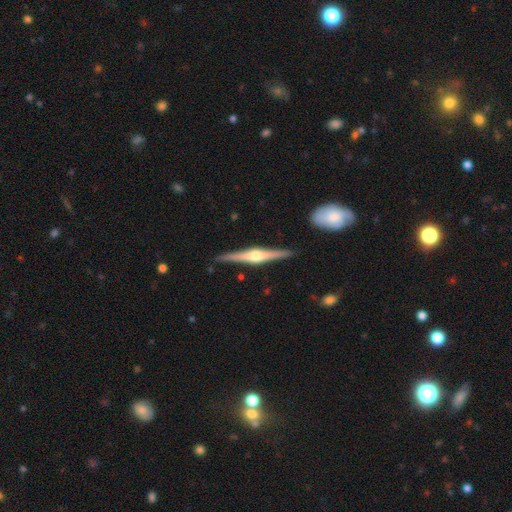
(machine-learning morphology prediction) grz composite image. It shows a featured or disk galaxy (82%) viewed edge-on (98%) with a rounded central bulge (91%). Merging: none (90%).